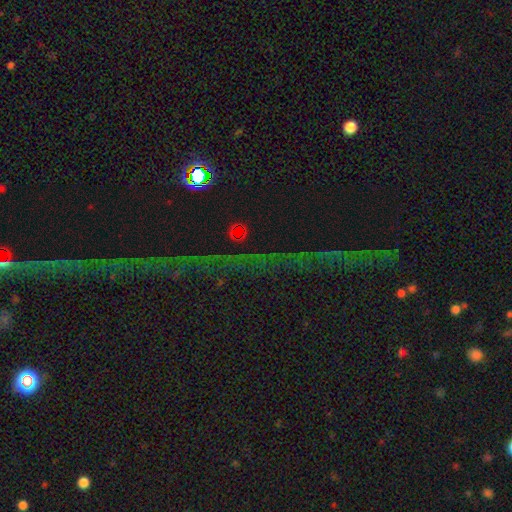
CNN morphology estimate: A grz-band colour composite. It shows a star or artifact, not a galaxy (76%).